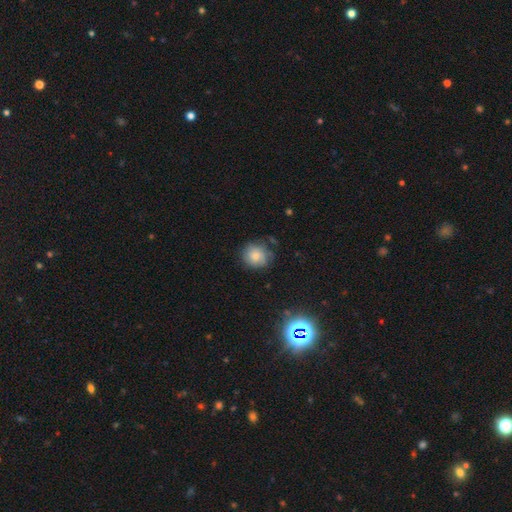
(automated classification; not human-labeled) A smooth galaxy with no disk features (71%) that is round (86%). Merging: none (67%).